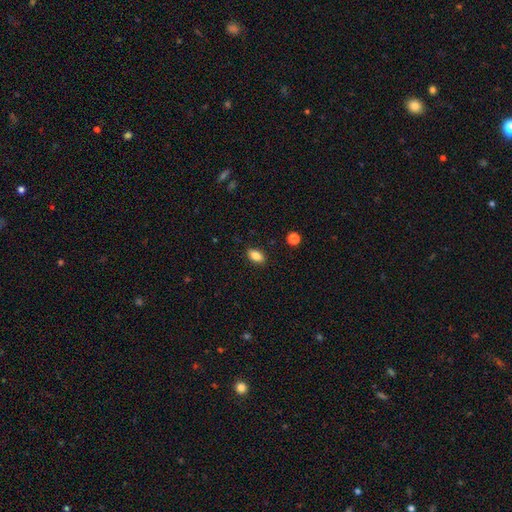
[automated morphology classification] Smooth or featured: smooth — 83% (star or artifact — 9%)
How rounded: in between — 88% (round — 7%)
Merging: none — 87% (minor disturbance — 9%)